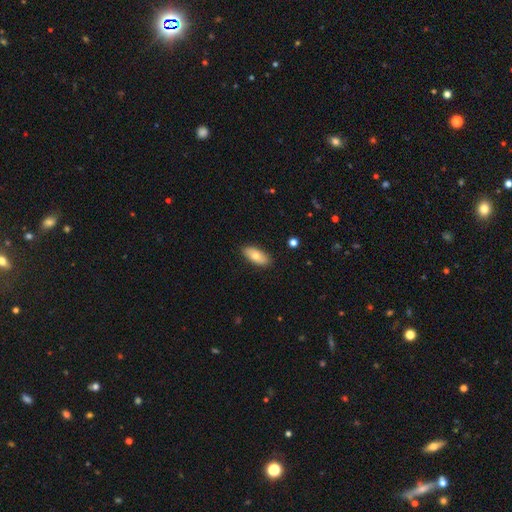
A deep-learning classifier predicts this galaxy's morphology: Smooth or featured? smooth (73%)
How rounded? in between (86%)
Merging? none (88%)